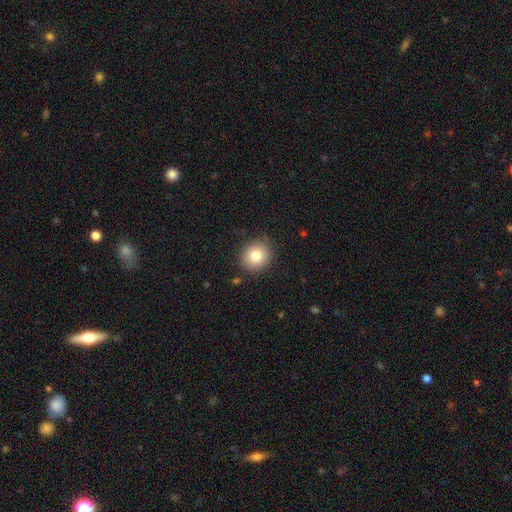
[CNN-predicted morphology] A smooth galaxy with no disk features (81%) that is round (84%). Merging: none (86%).